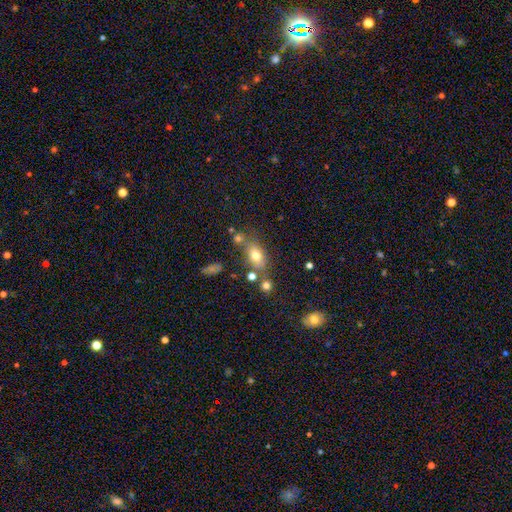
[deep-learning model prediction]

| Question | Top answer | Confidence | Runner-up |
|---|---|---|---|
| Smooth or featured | smooth | 73% | featured or disk (14%) |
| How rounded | in between | 79% | round (15%) |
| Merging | none | 59% | minor disturbance (17%) |